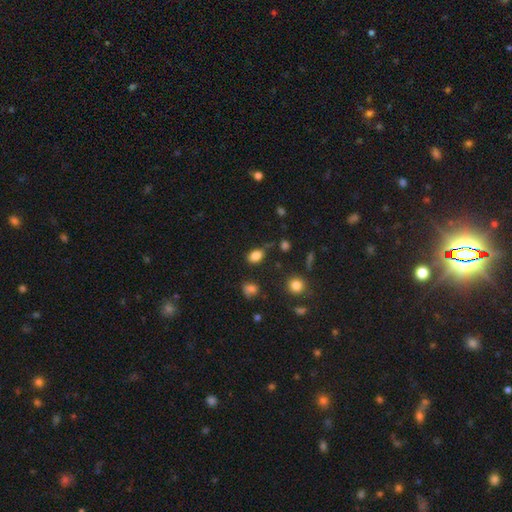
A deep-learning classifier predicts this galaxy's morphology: This is clearly a smooth galaxy (83%). How rounded: likely in between (80%). Merging: likely none (73%).